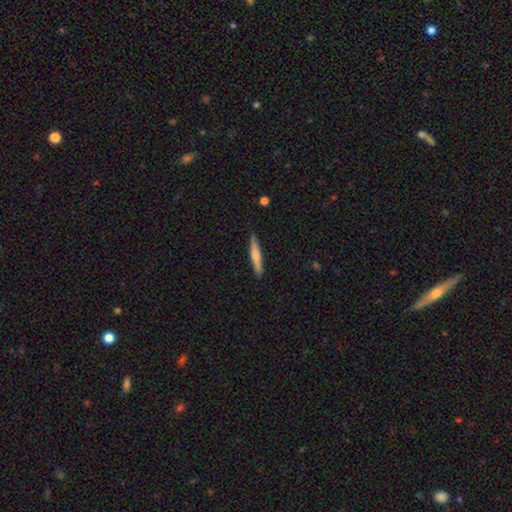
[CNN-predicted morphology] The model was most divided on "smooth or featured": smooth: 61%, featured or disk: 33%, star or artifact: 5%. More confident: how rounded — cigar-shaped (93%); merging — none (88%).